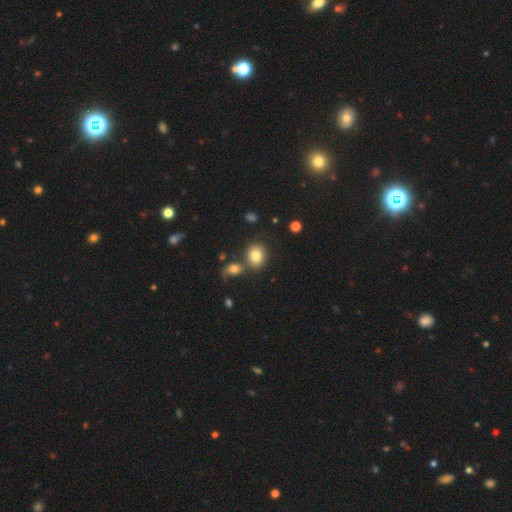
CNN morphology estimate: smooth 80%, star or artifact 10%, featured or disk 10%. Down the decision tree: how rounded — round (51%); merging — none (63%).